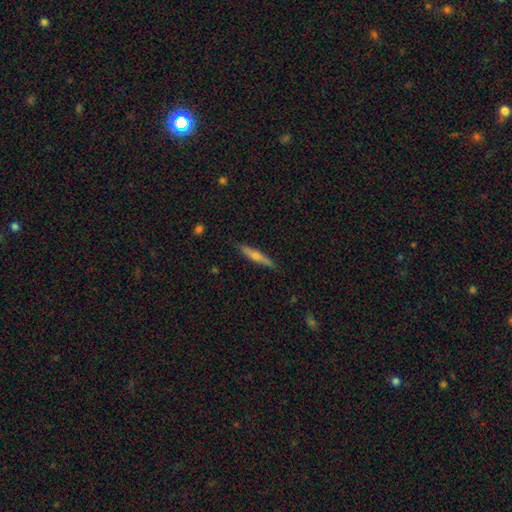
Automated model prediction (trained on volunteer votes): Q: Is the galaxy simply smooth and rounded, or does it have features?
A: featured or disk — 61%.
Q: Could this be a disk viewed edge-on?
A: yes — 96%.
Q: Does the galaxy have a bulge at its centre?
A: rounded — 84%.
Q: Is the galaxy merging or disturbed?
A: none — 88%.